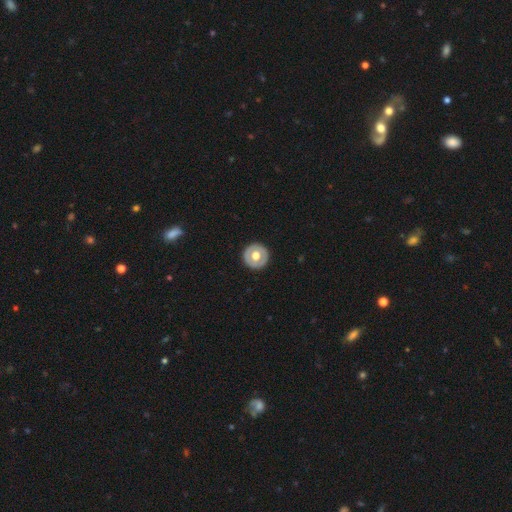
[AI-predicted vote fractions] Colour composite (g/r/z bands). It shows a smooth galaxy with no disk features (50%) that is round (94%). Merging: none (90%).